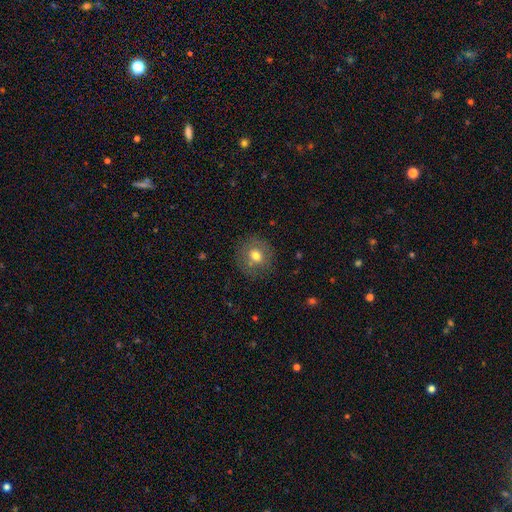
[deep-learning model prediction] Smooth or featured? smooth (68%)
How rounded? round (82%)
Merging? none (77%)